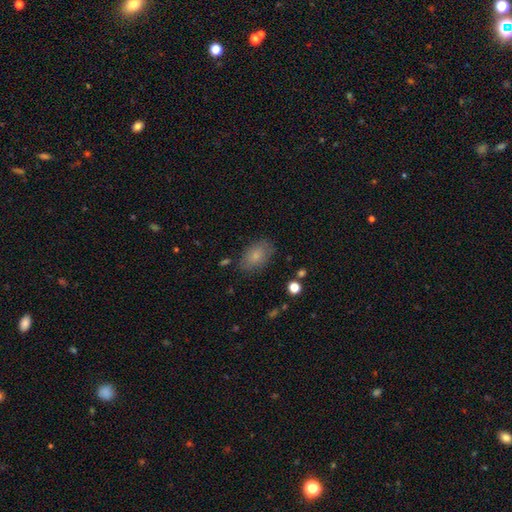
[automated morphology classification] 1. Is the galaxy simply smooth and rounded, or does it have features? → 80% smooth, 11% featured or disk, 9% star or artifact.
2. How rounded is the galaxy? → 88% in between, 10% round, 2% cigar-shaped.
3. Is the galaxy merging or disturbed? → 81% none, 14% minor disturbance, 4% major disturbance, 2% merger.